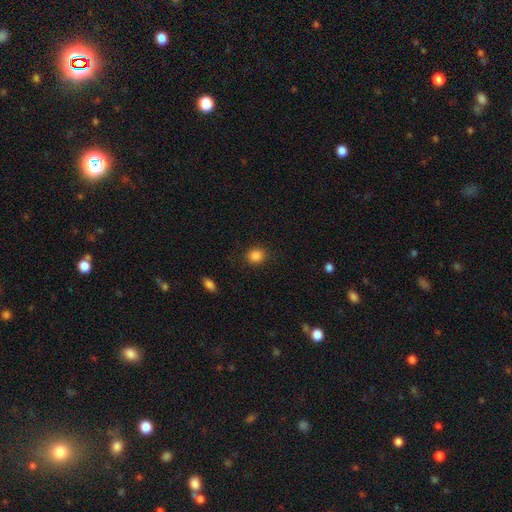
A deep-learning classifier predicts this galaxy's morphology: smooth-or-featured: smooth: 86% | star or artifact: 10% | featured or disk: 4%
  how-rounded: round: 79% | in between: 20% | cigar-shaped: 1%
  merging: none: 89% | minor disturbance: 8% | major disturbance: 3% | merger: 1%